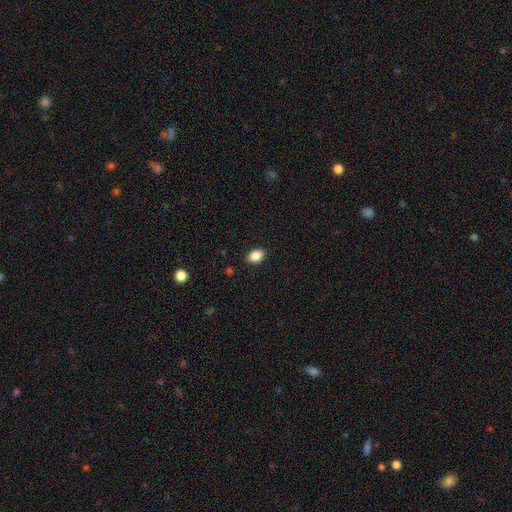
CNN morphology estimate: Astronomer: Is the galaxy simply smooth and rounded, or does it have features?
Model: smooth — 87%.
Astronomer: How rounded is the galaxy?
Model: in between — 81%.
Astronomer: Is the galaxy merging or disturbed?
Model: none — 88%.